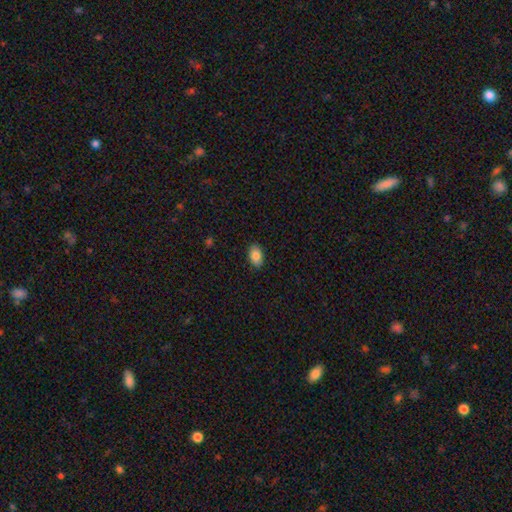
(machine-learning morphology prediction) smooth 86%, star or artifact 7%, featured or disk 7%. Down the decision tree: how rounded — in between (92%); merging — none (89%).